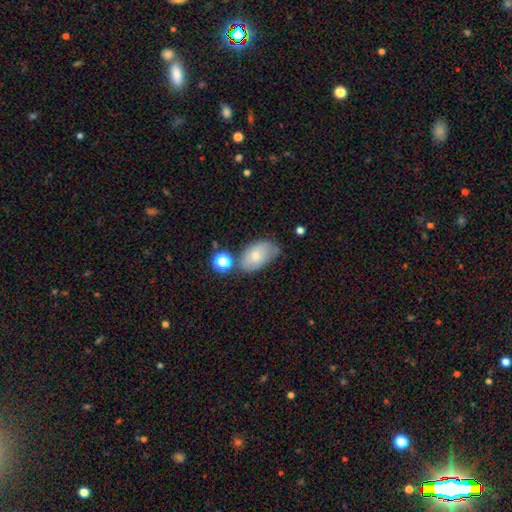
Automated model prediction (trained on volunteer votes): smooth_or_featured: smooth (p=0.68) [alt: featured or disk p=0.23]
how_rounded: in between (p=0.91) [alt: round p=0.08]
merging: none (p=0.53) [alt: minor disturbance p=0.29]